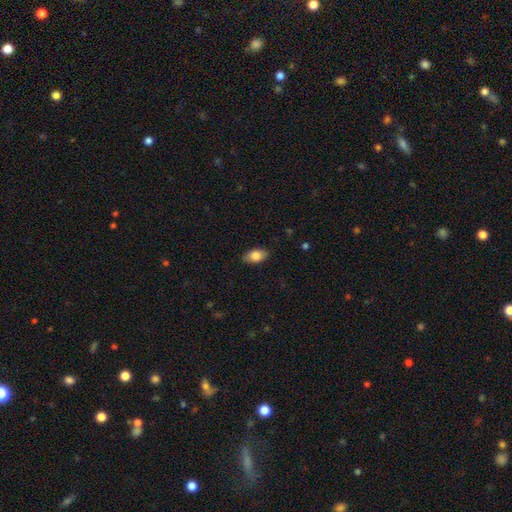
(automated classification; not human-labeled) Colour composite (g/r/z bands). It shows a smooth galaxy with no disk features (83%) that is in between round and cigar-shaped (91%). Merging: none (86%).